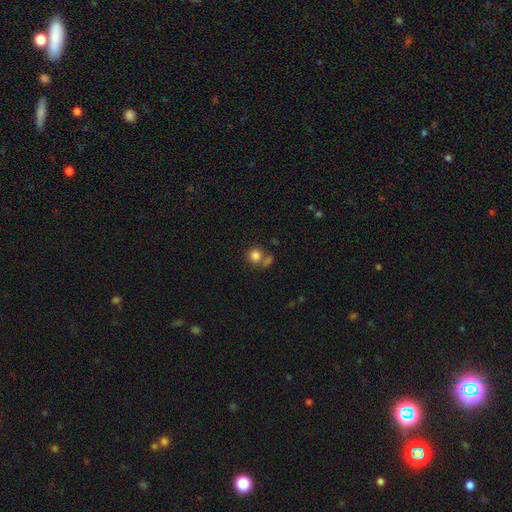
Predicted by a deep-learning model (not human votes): Smooth or featured? Predicted: smooth (p=0.82). How rounded? Predicted: round (p=0.85). Merging? Predicted: none (p=0.53).